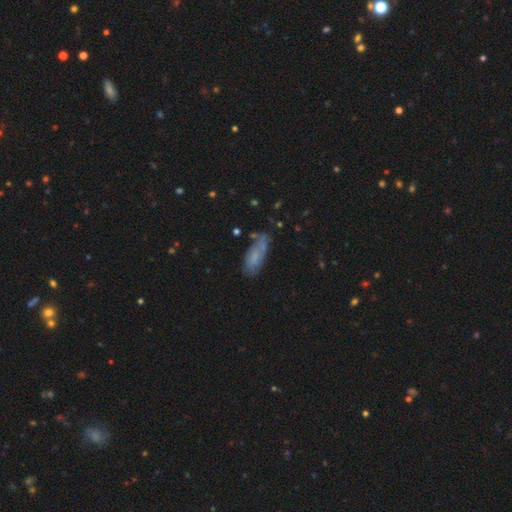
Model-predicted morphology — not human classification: smooth-or-featured: smooth: 57% | featured or disk: 34% | star or artifact: 9%
  how-rounded: in between: 69% | cigar-shaped: 29% | round: 2%
  merging: none: 55% | minor disturbance: 27% | major disturbance: 12% | merger: 6%